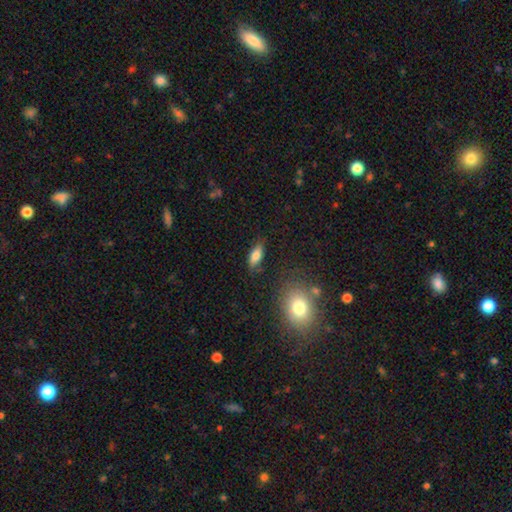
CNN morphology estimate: smooth-or-featured: smooth: 79% | featured or disk: 13% | star or artifact: 8%
  how-rounded: in between: 79% | cigar-shaped: 18% | round: 3%
  merging: none: 79% | minor disturbance: 15% | major disturbance: 4% | merger: 2%